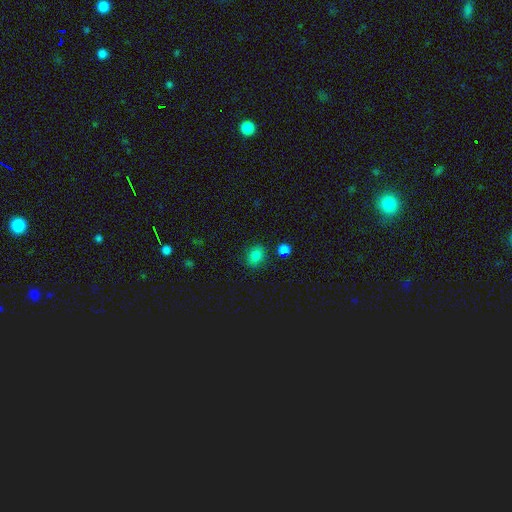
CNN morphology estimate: type=smooth (83%); roundness=in between (55%); merging=none (81%).